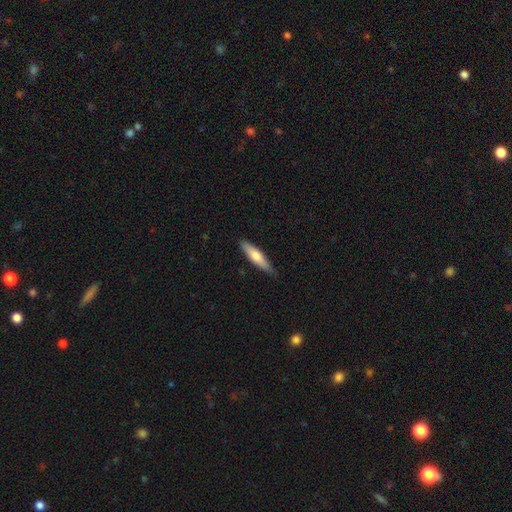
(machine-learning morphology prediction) smooth 67%, featured or disk 28%, star or artifact 5%. Down the decision tree: how rounded — cigar-shaped (74%); merging — none (84%).